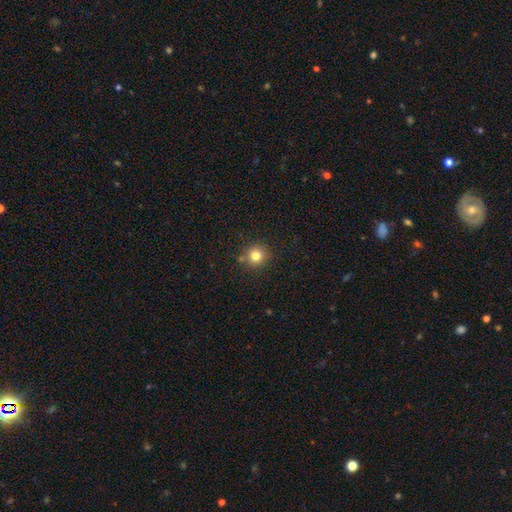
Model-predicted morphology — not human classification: A smooth galaxy with no disk features (80%) that is round (93%). Merging: none (82%).